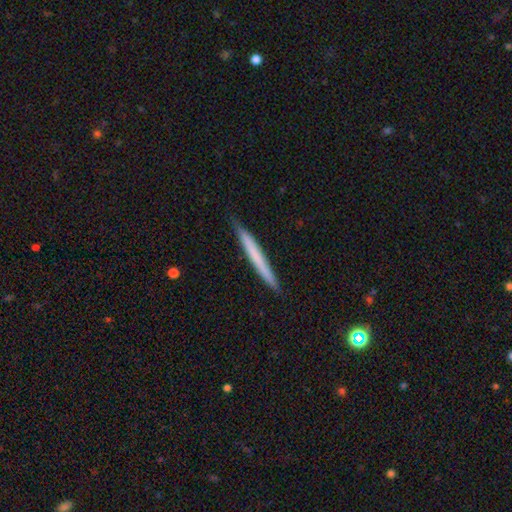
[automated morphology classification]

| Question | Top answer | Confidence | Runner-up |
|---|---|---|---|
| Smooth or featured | smooth | 60% | featured or disk (34%) |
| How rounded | cigar-shaped | 97% | in between (2%) |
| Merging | none | 89% | minor disturbance (8%) |